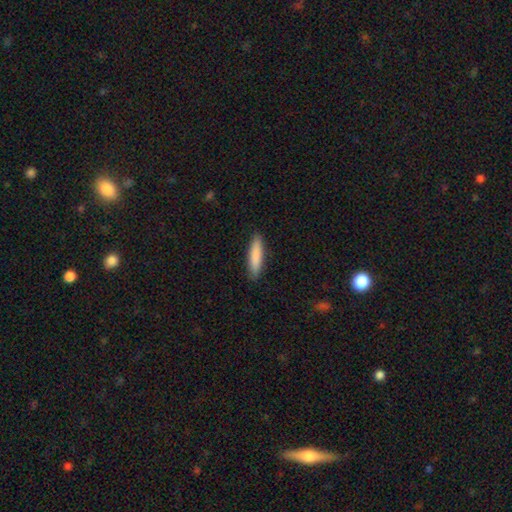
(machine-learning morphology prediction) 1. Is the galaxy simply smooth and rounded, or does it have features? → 86% smooth, 9% featured or disk, 5% star or artifact.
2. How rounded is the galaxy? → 82% cigar-shaped, 17% in between, 1% round.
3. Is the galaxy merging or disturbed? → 90% none, 8% minor disturbance, 2% major disturbance, 1% merger.